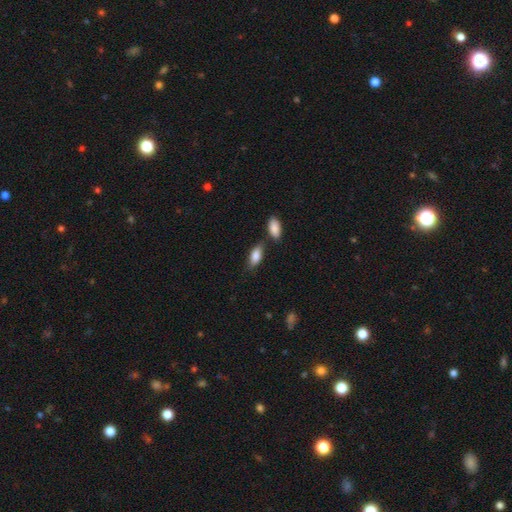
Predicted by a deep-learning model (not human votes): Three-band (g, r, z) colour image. It shows a smooth galaxy with no disk features (84%) that is in between round and cigar-shaped (87%). Merging: none (66%).